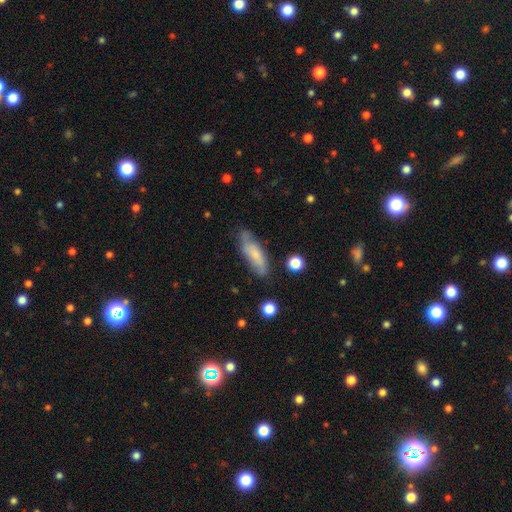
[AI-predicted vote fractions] Q: Smooth or featured?
A: smooth (65%); runner-up: featured or disk (28%)
Q: How rounded?
A: in between (54%); runner-up: cigar-shaped (43%)
Q: Merging?
A: none (64%); runner-up: minor disturbance (25%)